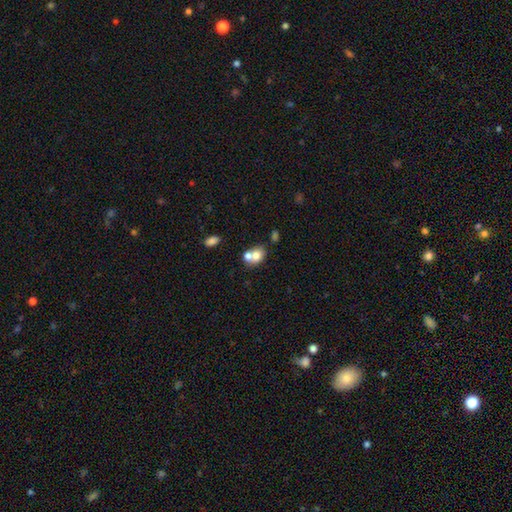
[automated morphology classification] The model was most divided on "how rounded": in between: 56%, round: 43%, cigar-shaped: 1%. More confident: smooth or featured — smooth (72%); merging — merger (53%).